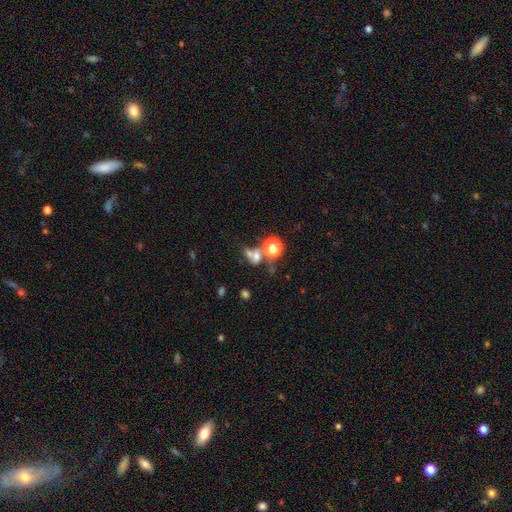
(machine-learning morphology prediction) The model was most divided on "how rounded": round: 52%, in between: 45%, cigar-shaped: 3%. Remaining: smooth or featured — smooth (56%); merging — merger (44%).